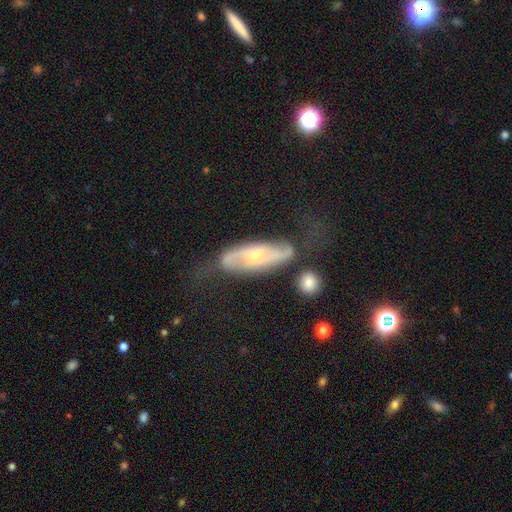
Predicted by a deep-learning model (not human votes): This is likely a featured or disk galaxy (73%). It is clearly not viewed edge-on (82%). Bar: possibly no (53%). Spiral arm pattern: clearly yes (85%). Spiral arm count: clearly 2 (83%). Spiral winding: marginally loose (42%). Central bulge: possibly small (53%). Merging: possibly none (54%).